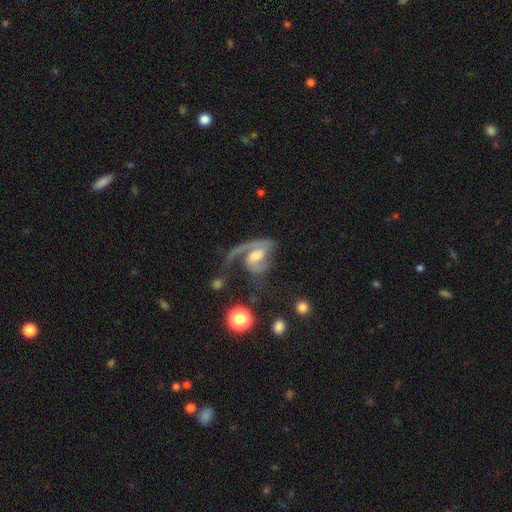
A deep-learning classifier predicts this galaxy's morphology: type=featured or disk (85%); edge-on=no (97%); bar=weak (47%); spiral arms=yes (95%); winding=medium (48%); arm count=1 (48%); bulge=moderate (49%); merging=major disturbance (40%).